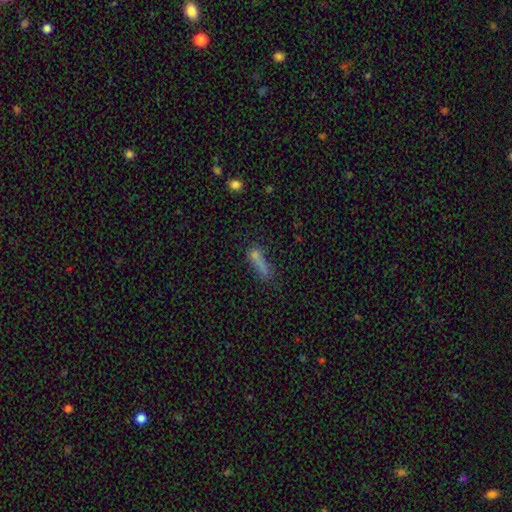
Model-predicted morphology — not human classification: Q: Smooth or featured?
A: smooth (65%); runner-up: star or artifact (18%)
Q: How rounded?
A: cigar-shaped (74%); runner-up: in between (21%)
Q: Merging?
A: none (56%); runner-up: minor disturbance (18%)